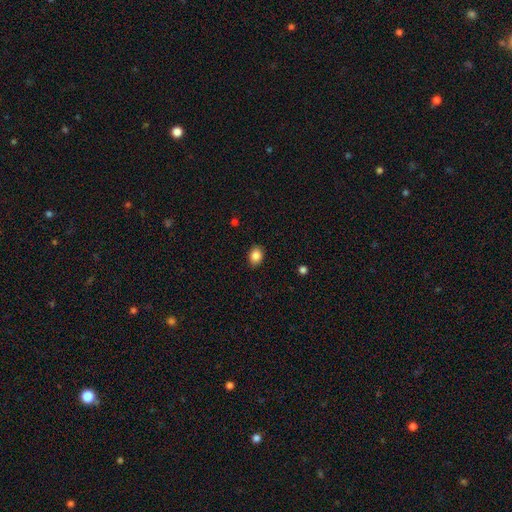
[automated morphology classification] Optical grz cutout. It shows a smooth galaxy with no disk features (86%) that is in between round and cigar-shaped (64%). Merging: none (89%).